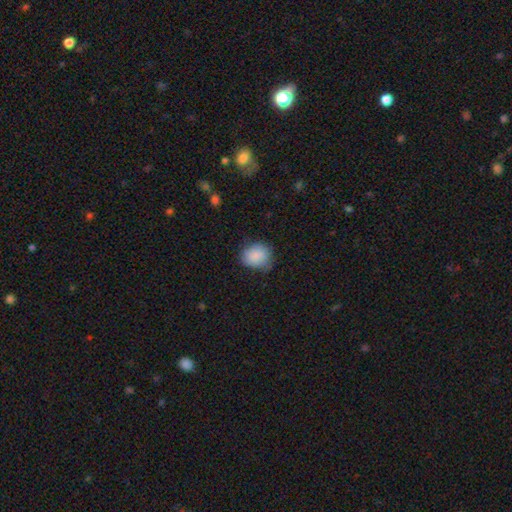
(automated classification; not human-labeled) Morphology: type=smooth (86%); roundness=round (68%); merging=none (70%).